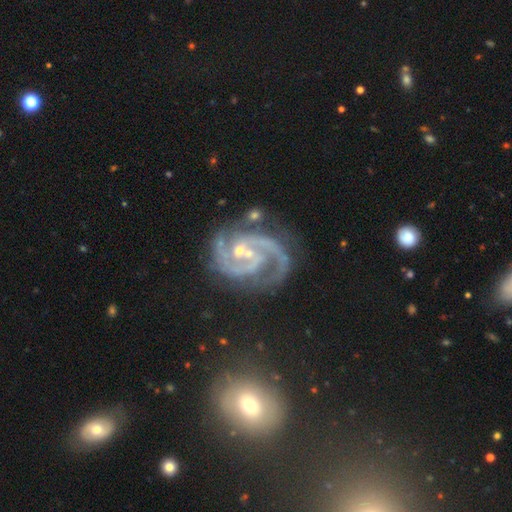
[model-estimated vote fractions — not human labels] The model was most divided on "bar": no: 43%, weak: 39%, strong: 18%. More confident: spiral arms — yes (99%); edge-on disk — no (98%); smooth or featured — featured or disk (93%); spiral arm count — 2 (70%); bulge size — small (68%); merging — none (61%); spiral winding — medium (54%).